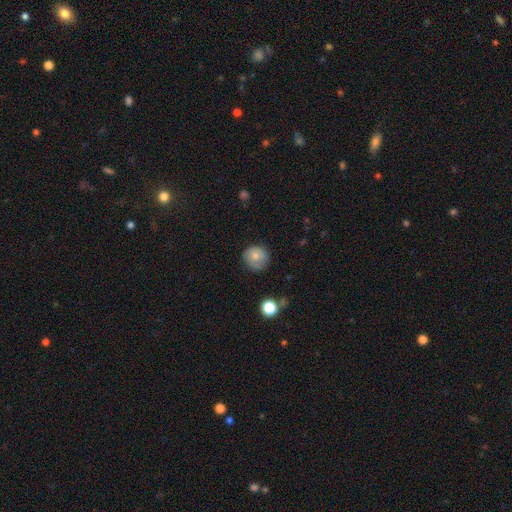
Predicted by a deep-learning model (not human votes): Smooth or featured: smooth — 75% (featured or disk — 17%)
How rounded: round — 88% (in between — 11%)
Merging: none — 72% (minor disturbance — 21%)